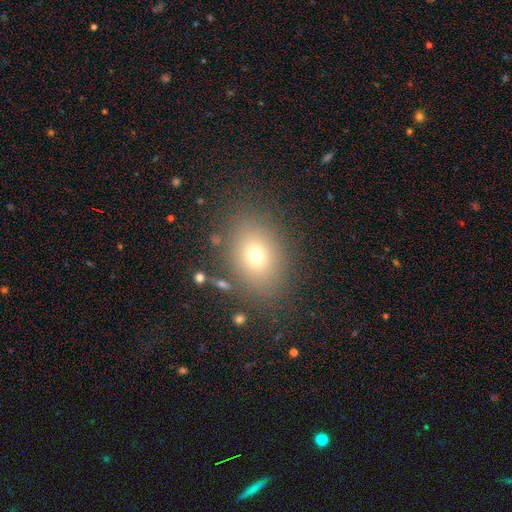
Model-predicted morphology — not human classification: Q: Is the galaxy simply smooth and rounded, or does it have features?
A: smooth — 69%.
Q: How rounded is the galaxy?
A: in between — 63%.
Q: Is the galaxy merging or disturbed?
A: none — 82%.